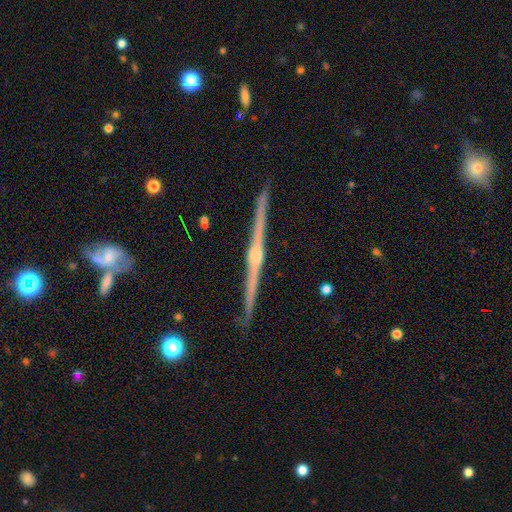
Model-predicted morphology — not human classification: Smooth or featured?
  - featured or disk: 88% *
  - smooth: 7%
  - star or artifact: 5%
Edge-on disk?
  - yes: 99% *
  - no: 1%
Edge-on bulge?
  - rounded: 84% *
  - none: 9%
  - boxy: 7%
Merging?
  - none: 91% *
  - minor disturbance: 6%
  - merger: 1%
  - major disturbance: 1%